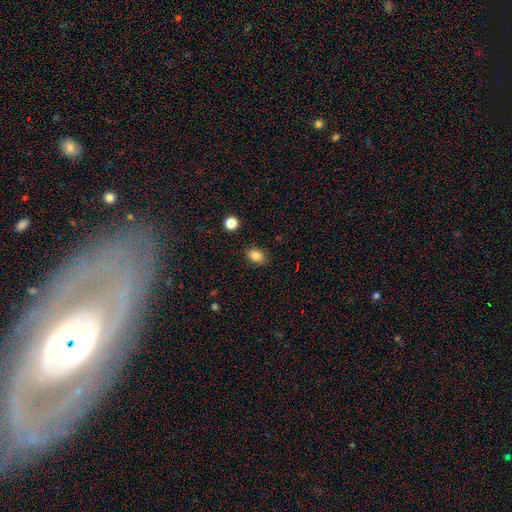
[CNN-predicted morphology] A smooth galaxy with no disk features (85%) that is in between round and cigar-shaped (77%). Merging: none (86%).